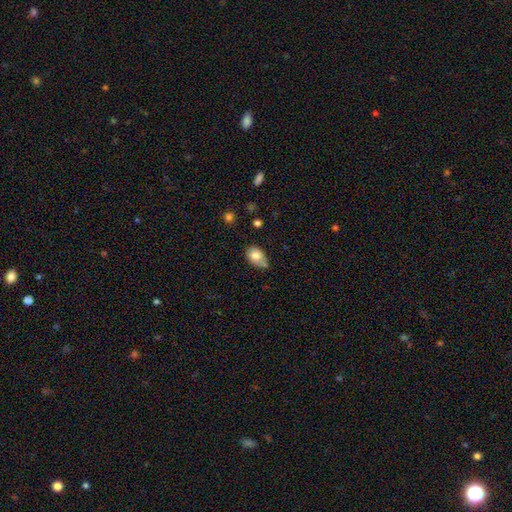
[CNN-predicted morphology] Overall: smooth (80%). How rounded: in between (74%). Merging: none (49%; minor disturbance 32%).